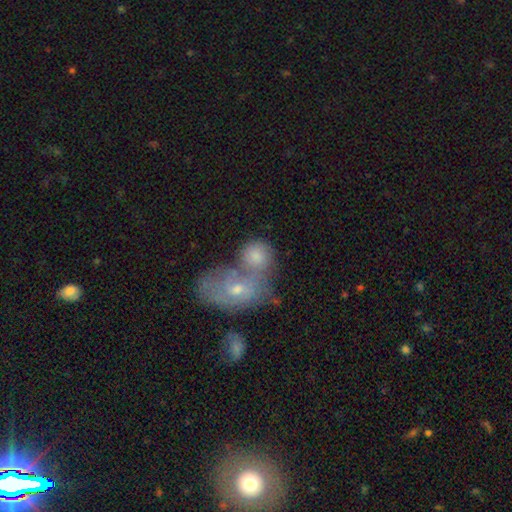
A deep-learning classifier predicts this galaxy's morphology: Overall: smooth (61%; featured or disk 29%). How rounded: round (60%; in between 38%). Merging: merger (57%; none 26%).